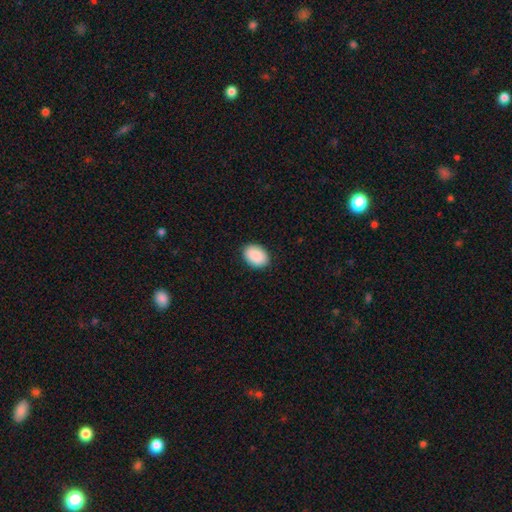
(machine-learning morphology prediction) Smooth or featured?
  - smooth: 91% *
  - star or artifact: 6%
  - featured or disk: 3%
How rounded?
  - in between: 81% *
  - round: 18%
  - cigar-shaped: 1%
Merging?
  - none: 89% *
  - minor disturbance: 8%
  - major disturbance: 2%
  - merger: 1%